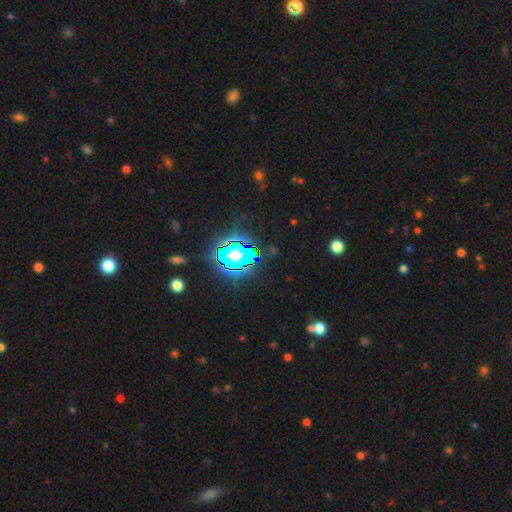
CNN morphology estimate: Smooth or featured? Predicted: star or artifact (p=0.79).